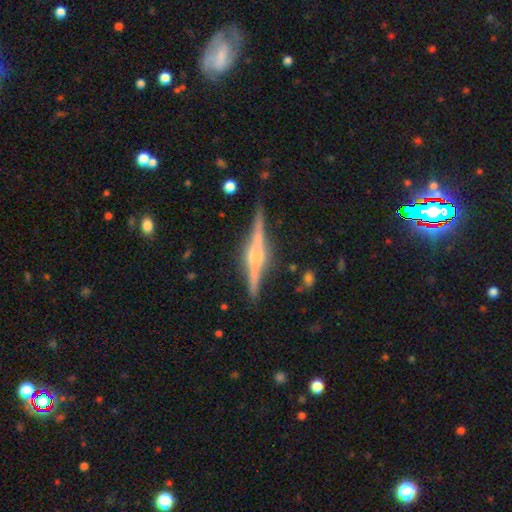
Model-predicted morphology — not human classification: smooth_or_featured: featured or disk (p=0.85) [alt: smooth p=0.09]
disk_edge_on: yes (p=0.98) [alt: no p=0.02]
edge_on_bulge: rounded (p=0.85) [alt: boxy p=0.11]
merging: none (p=0.88) [alt: minor disturbance p=0.09]